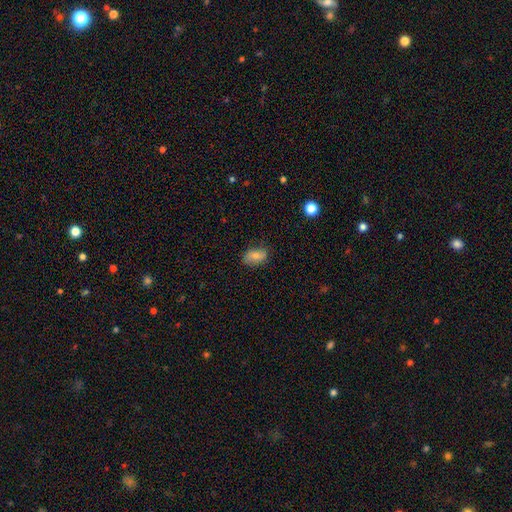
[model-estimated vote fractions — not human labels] The model was most divided on "smooth or featured": smooth: 69%, featured or disk: 23%, star or artifact: 8%. More confident: how rounded — in between (89%); merging — none (77%).